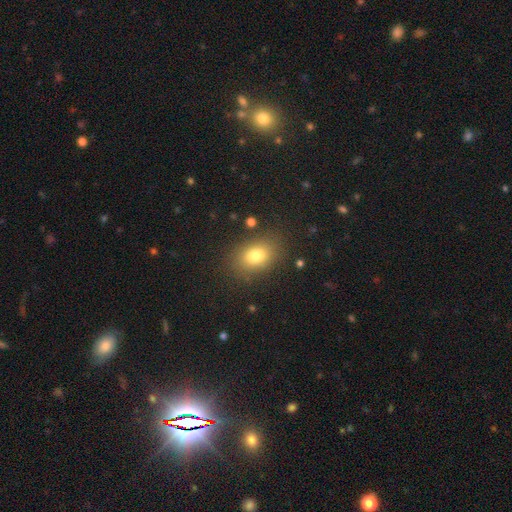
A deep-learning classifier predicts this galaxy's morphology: Smooth or featured: smooth — 79% (star or artifact — 11%)
How rounded: in between — 75% (round — 23%)
Merging: none — 84% (minor disturbance — 11%)